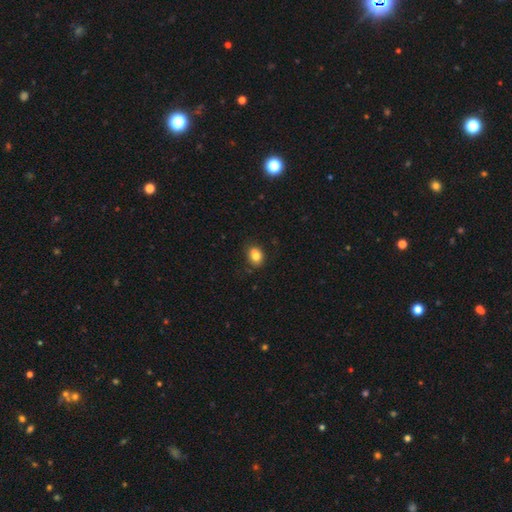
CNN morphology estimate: The model was most divided on "how rounded": in between: 56%, round: 43%, cigar-shaped: 1%. More confident: smooth or featured — smooth (81%); merging — none (72%).